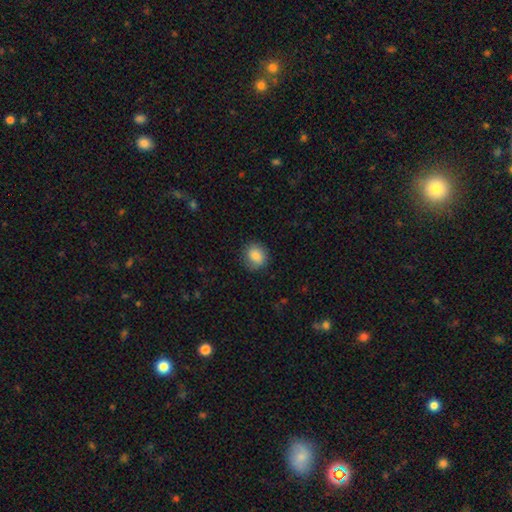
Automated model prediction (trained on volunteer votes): Q: Smooth or featured?
A: smooth (80%); runner-up: featured or disk (11%)
Q: How rounded?
A: round (80%); runner-up: in between (19%)
Q: Merging?
A: none (83%); runner-up: minor disturbance (12%)